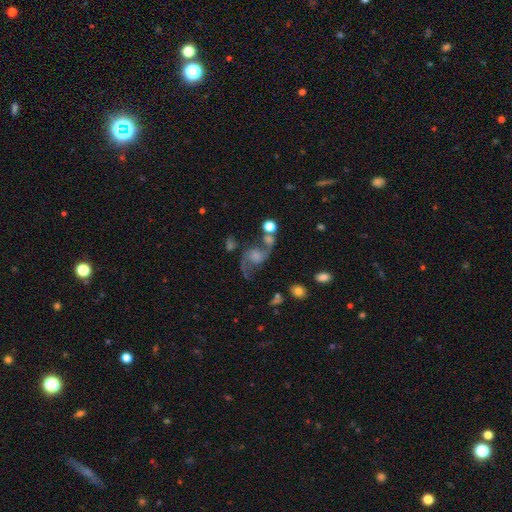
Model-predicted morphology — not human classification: Smooth or featured: featured or disk — 81% (star or artifact — 10%)
Edge-on disk: no — 97% (yes — 3%)
Bar: no — 60% (weak — 33%)
Spiral arms: yes — 95% (no — 5%)
Spiral winding: loose — 61% (medium — 33%)
Spiral arm count: 2 — 91% (1 — 3%)
Bulge size: moderate — 33% (small — 32%)
Merging: none — 57% (minor disturbance — 16%)